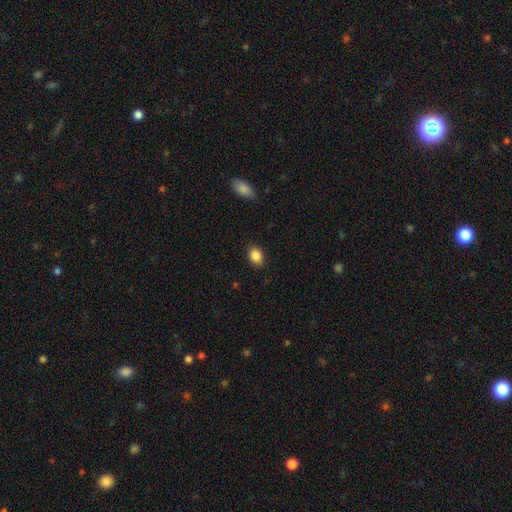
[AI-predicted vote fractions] Smooth or featured: smooth — 87% (star or artifact — 9%)
How rounded: in between — 59% (round — 40%)
Merging: none — 85% (minor disturbance — 11%)